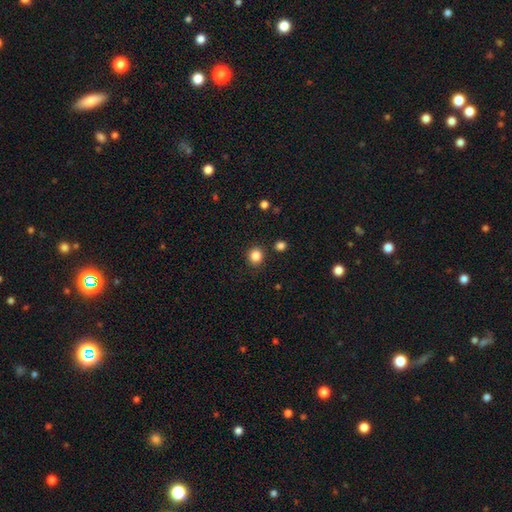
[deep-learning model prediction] This is clearly a smooth galaxy (85%). How rounded: clearly round (84%). Merging: clearly none (87%).